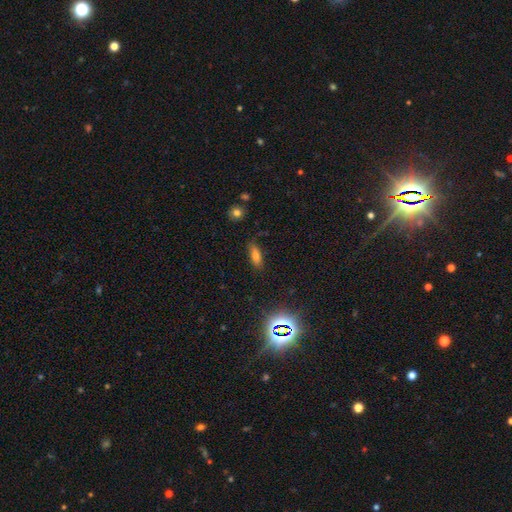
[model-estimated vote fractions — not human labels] This is likely a smooth galaxy (72%). How rounded: likely in between (61%). Merging: likely none (78%).